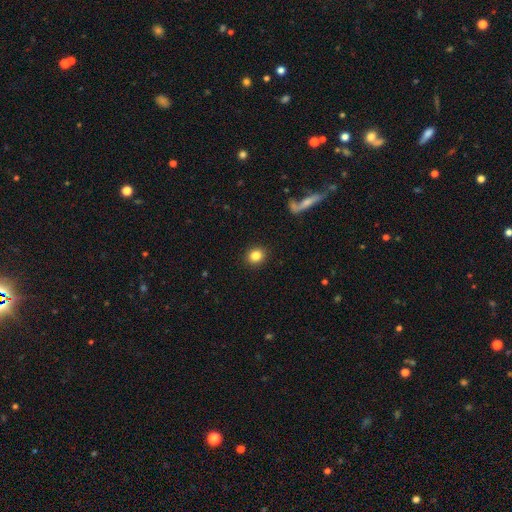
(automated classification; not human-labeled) Smooth or featured: smooth — 84% (star or artifact — 10%)
How rounded: round — 78% (in between — 21%)
Merging: none — 92% (minor disturbance — 5%)